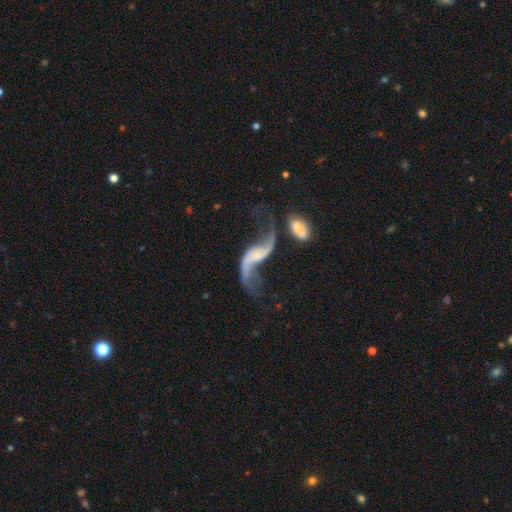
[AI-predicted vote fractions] A featured or disk galaxy (88%) with no bar (50%), 2 (93%) loose (95%) spiral arms (94%) and a small central bulge (47%). Merging: none (44%).